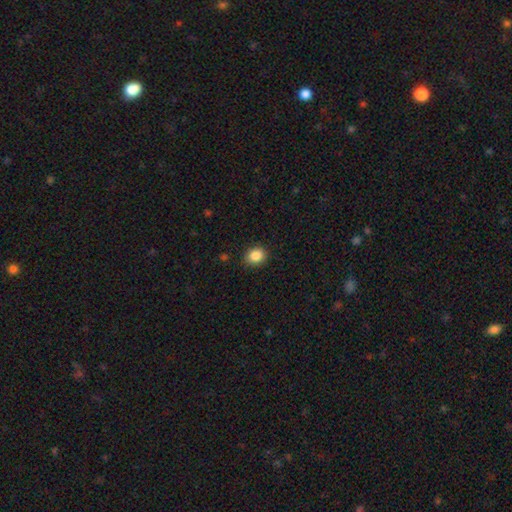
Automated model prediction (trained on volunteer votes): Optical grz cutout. It shows a smooth galaxy with no disk features (87%) that is round (62%). Merging: none (88%).